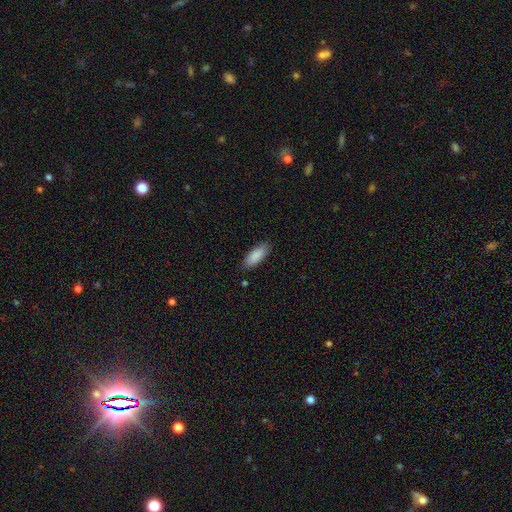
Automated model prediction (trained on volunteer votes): Smooth or featured? Predicted: smooth (p=0.89). How rounded? Predicted: in between (p=0.73). Merging? Predicted: none (p=0.86).